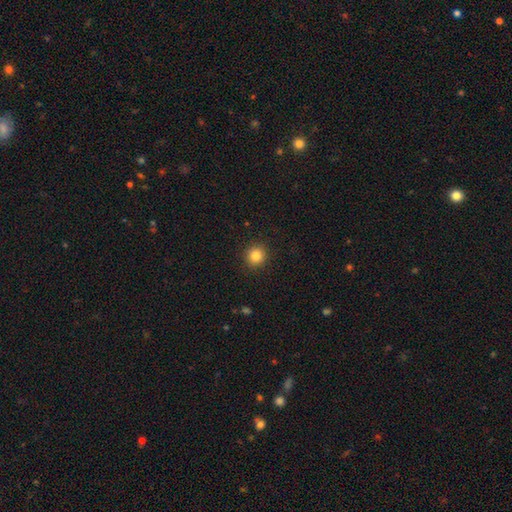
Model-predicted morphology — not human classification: Smooth or featured? smooth (83%)
How rounded? round (91%)
Merging? none (92%)